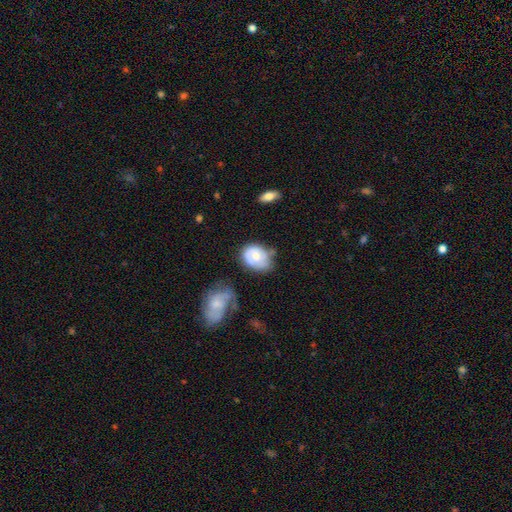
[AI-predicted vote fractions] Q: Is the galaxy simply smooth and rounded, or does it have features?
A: featured or disk — 49%.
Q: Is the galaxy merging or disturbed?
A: none — 44%.